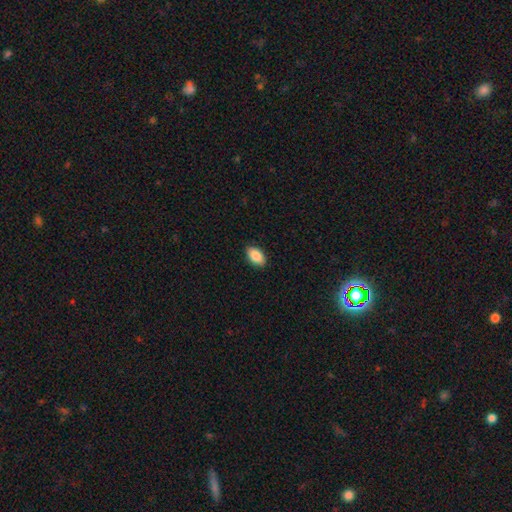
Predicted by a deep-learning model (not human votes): smooth-or-featured: smooth: 87% | star or artifact: 7% | featured or disk: 6%
  how-rounded: in between: 93% | round: 5% | cigar-shaped: 3%
  merging: none: 89% | minor disturbance: 9% | major disturbance: 2% | merger: 1%